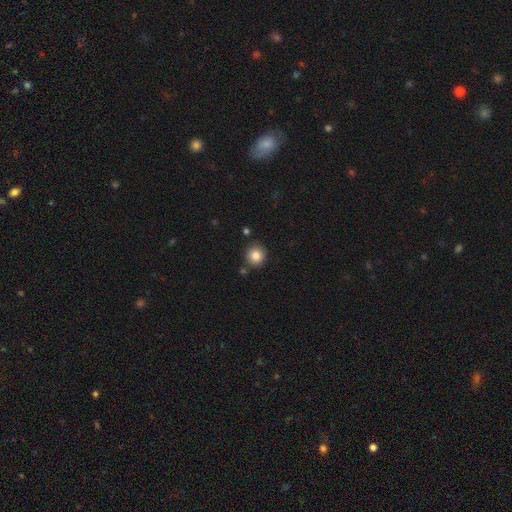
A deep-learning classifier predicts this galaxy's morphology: Q: Smooth or featured?
A: smooth (84%); runner-up: star or artifact (10%)
Q: How rounded?
A: round (92%); runner-up: in between (7%)
Q: Merging?
A: none (83%); runner-up: minor disturbance (9%)